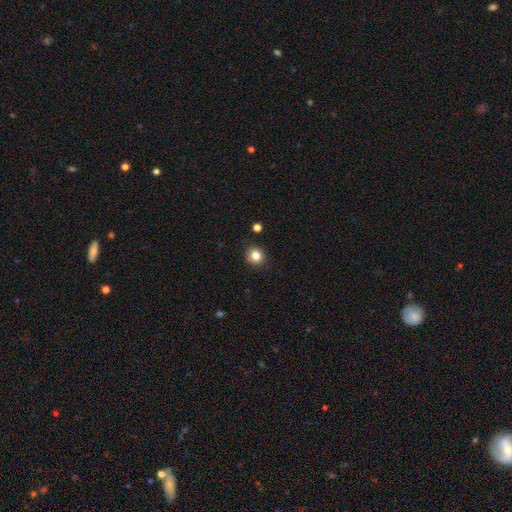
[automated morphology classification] smooth 83%, star or artifact 11%, featured or disk 6%. Down the decision tree: how rounded — round (84%); merging — none (89%).